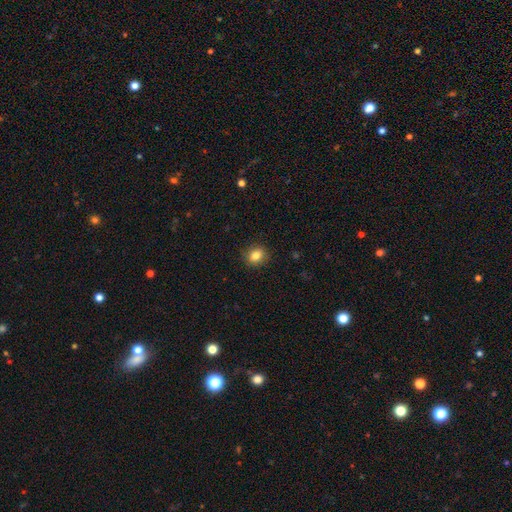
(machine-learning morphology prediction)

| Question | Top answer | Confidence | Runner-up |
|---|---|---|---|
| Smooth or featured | smooth | 84% | star or artifact (10%) |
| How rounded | round | 64% | in between (35%) |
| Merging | none | 89% | minor disturbance (8%) |